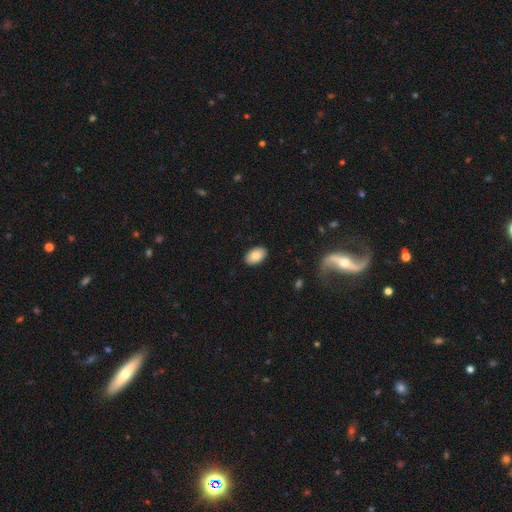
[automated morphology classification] Smooth or featured: smooth — 84% (featured or disk — 10%)
How rounded: in between — 92% (round — 7%)
Merging: none — 89% (minor disturbance — 8%)